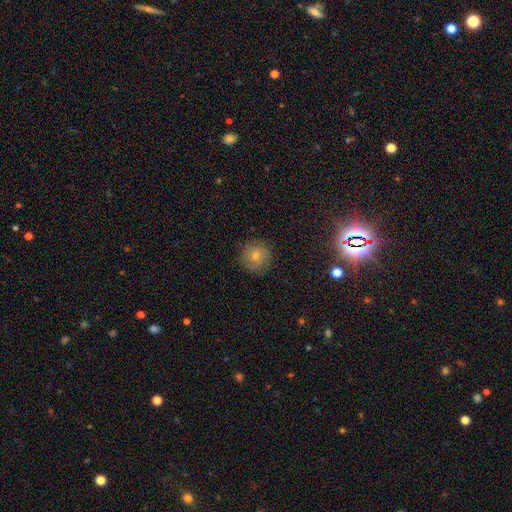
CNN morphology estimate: Smooth or featured? smooth (44%)
Merging? none (86%)